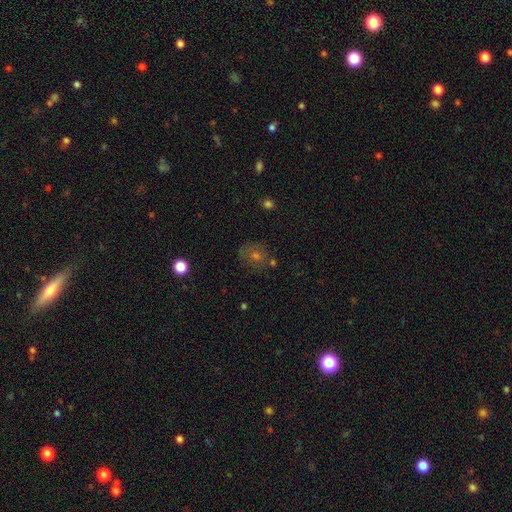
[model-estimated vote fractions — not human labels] Q: Smooth or featured?
A: smooth (49%); runner-up: star or artifact (26%)
Q: Merging?
A: none (69%); runner-up: minor disturbance (18%)